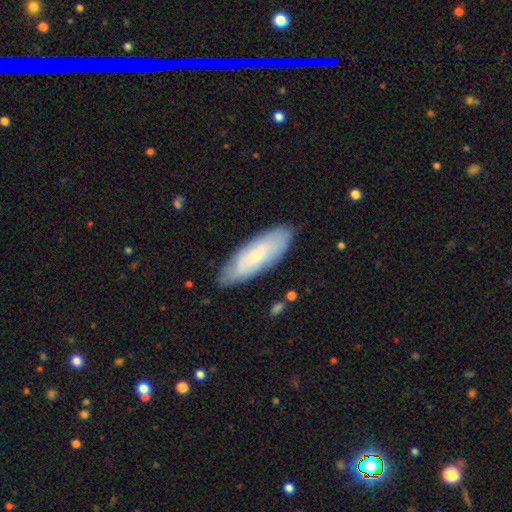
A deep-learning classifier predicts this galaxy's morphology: smooth 56%, featured or disk 37%, star or artifact 7%. Down the decision tree: how rounded — in between (65%); merging — none (82%).